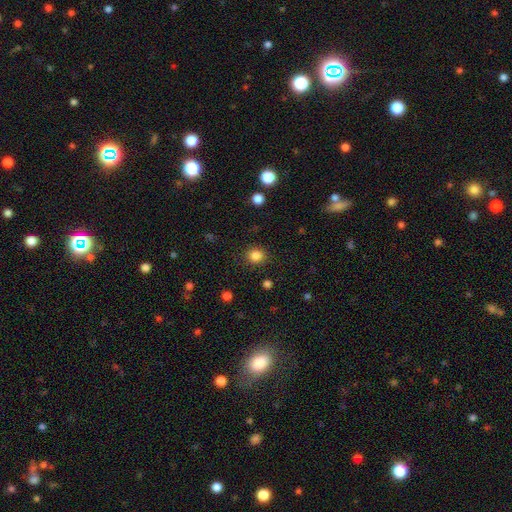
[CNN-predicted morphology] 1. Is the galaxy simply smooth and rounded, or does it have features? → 84% smooth, 12% star or artifact, 4% featured or disk.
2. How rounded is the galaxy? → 81% round, 18% in between, 1% cigar-shaped.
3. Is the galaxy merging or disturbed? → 88% none, 8% minor disturbance, 3% major disturbance, 1% merger.